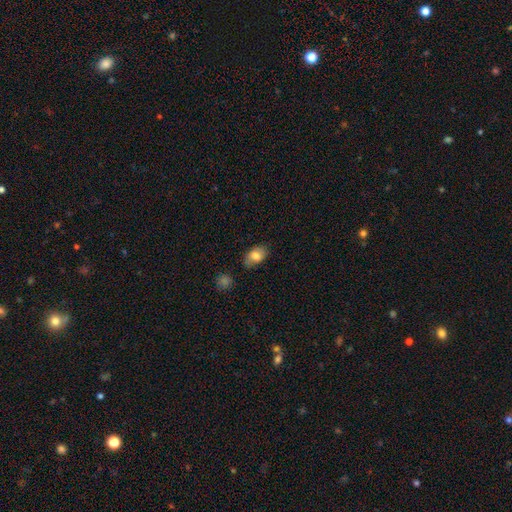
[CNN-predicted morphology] Smooth or featured? Predicted: smooth (p=0.80). How rounded? Predicted: in between (p=0.88). Merging? Predicted: none (p=0.71).